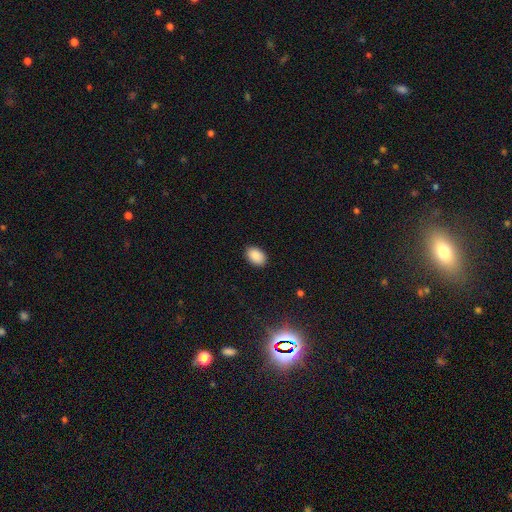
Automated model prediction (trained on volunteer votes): Morphology: type=smooth (89%); roundness=in between (87%); merging=none (88%).